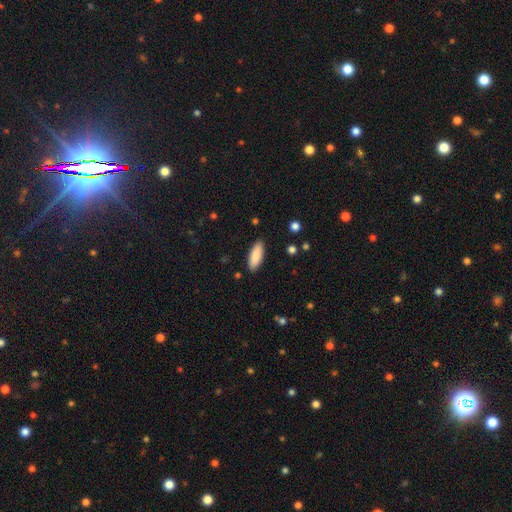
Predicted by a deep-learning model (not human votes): smooth-or-featured: smooth: 87% | featured or disk: 7% | star or artifact: 6%
  how-rounded: in between: 71% | cigar-shaped: 28% | round: 1%
  merging: none: 88% | minor disturbance: 9% | major disturbance: 2% | merger: 1%